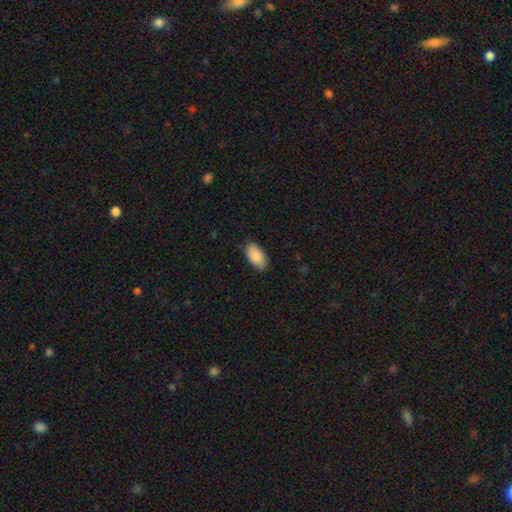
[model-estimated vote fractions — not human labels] A smooth galaxy with no disk features (89%) that is in between round and cigar-shaped (95%).

Vote fractions:
- Smooth or featured? smooth: 89% / star or artifact: 6% / featured or disk: 5%
- How rounded? in between: 95% / round: 3% / cigar-shaped: 2%
- Merging? none: 85% / minor disturbance: 12% / major disturbance: 2% / merger: 1%